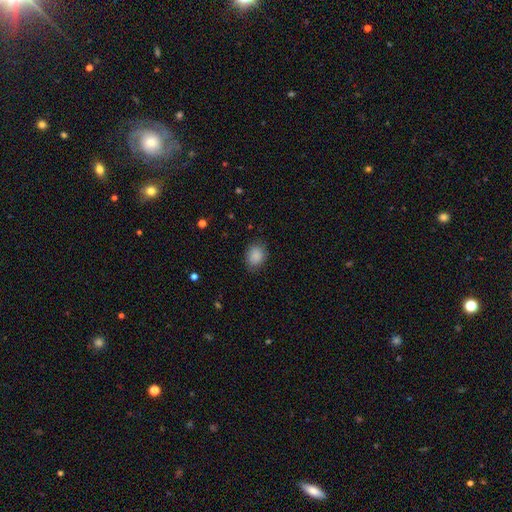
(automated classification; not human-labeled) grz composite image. It shows a smooth galaxy with no disk features (88%) that is in between round and cigar-shaped (53%). Merging: none (82%).